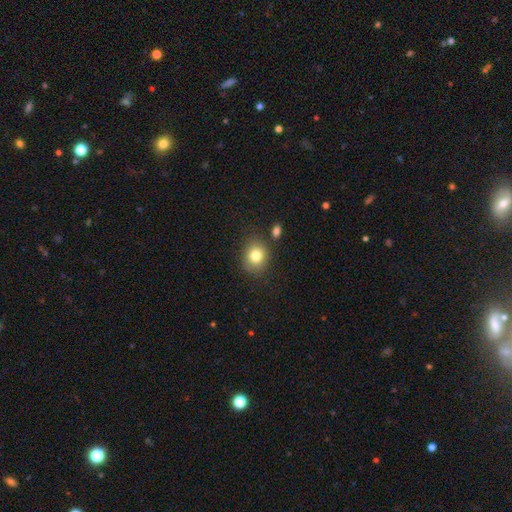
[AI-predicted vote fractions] This appears to be a smooth galaxy with no disk features (81%) that is round (65%). Merging: none (79%).